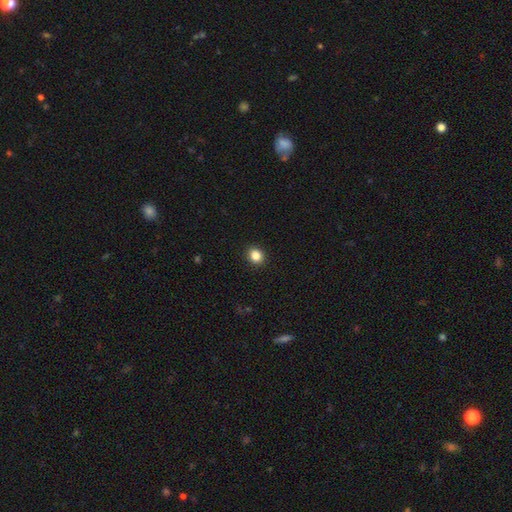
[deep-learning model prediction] A smooth galaxy with no disk features (84%) that is round (74%).

Vote fractions:
- Smooth or featured? smooth: 84% / star or artifact: 11% / featured or disk: 5%
- How rounded? round: 74% / in between: 25% / cigar-shaped: 1%
- Merging? none: 92% / minor disturbance: 5% / major disturbance: 2% / merger: 1%